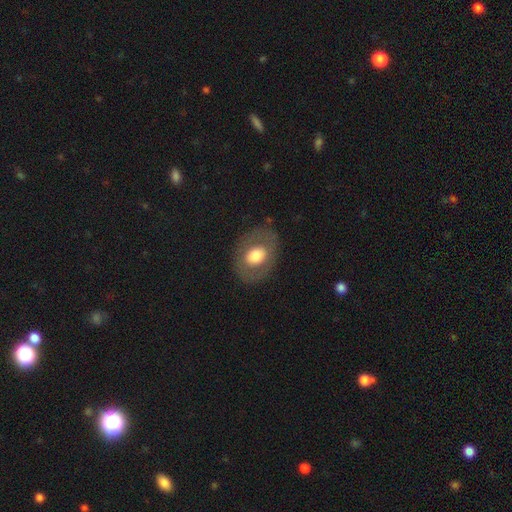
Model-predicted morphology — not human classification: smooth_or_featured: smooth (p=0.61) [alt: featured or disk p=0.33]
how_rounded: in between (p=0.64) [alt: round p=0.35]
merging: none (p=0.80) [alt: minor disturbance p=0.12]